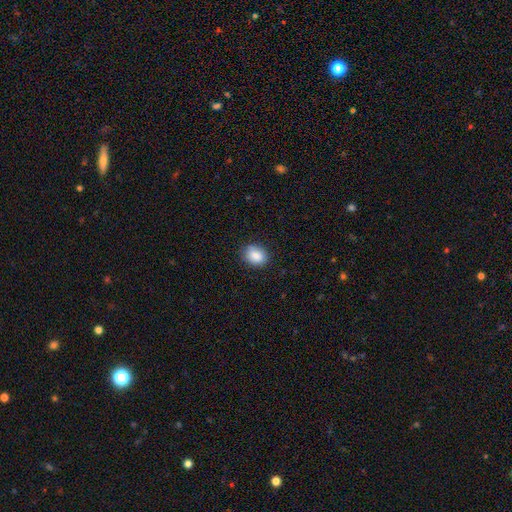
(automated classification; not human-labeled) This is clearly a smooth galaxy (86%). How rounded: possibly in between (56%). Merging: clearly none (83%).